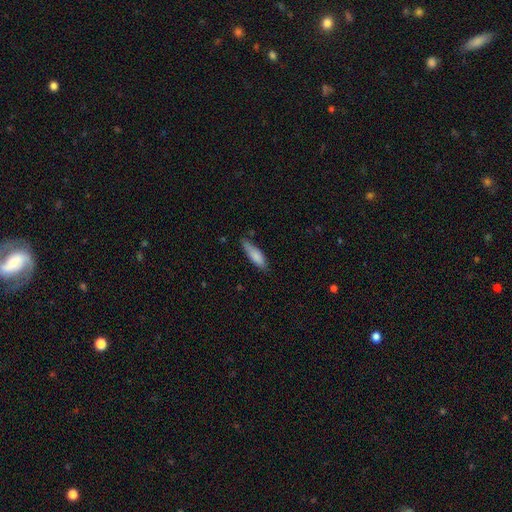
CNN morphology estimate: Smooth or featured? Predicted: smooth (p=0.81). How rounded? Predicted: cigar-shaped (p=0.55). Merging? Predicted: none (p=0.66).